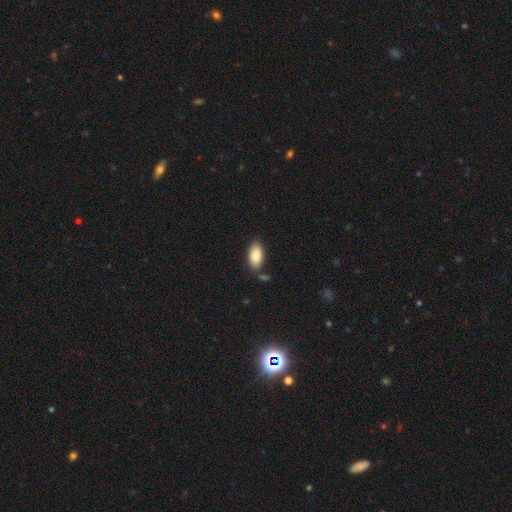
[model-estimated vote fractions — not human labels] Smooth or featured? Predicted: smooth (p=0.87). How rounded? Predicted: in between (p=0.93). Merging? Predicted: none (p=0.76).